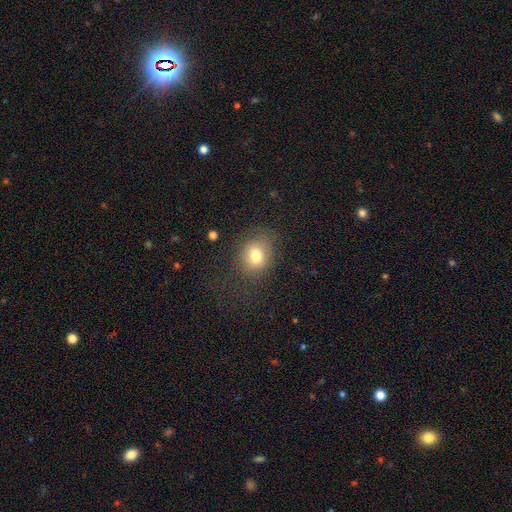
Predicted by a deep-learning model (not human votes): Smooth or featured? smooth (77%)
How rounded? round (61%)
Merging? none (71%)